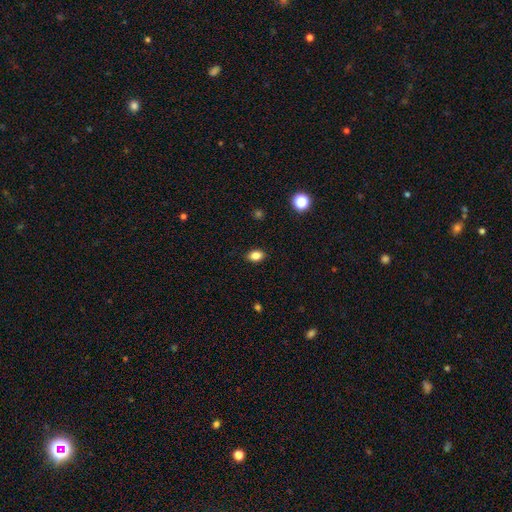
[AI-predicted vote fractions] A smooth galaxy with no disk features (84%) that is in between round and cigar-shaped (80%).

Vote fractions:
- Smooth or featured? smooth: 84% / star or artifact: 10% / featured or disk: 5%
- How rounded? in between: 80% / round: 18% / cigar-shaped: 1%
- Merging? none: 89% / minor disturbance: 8% / major disturbance: 2% / merger: 1%